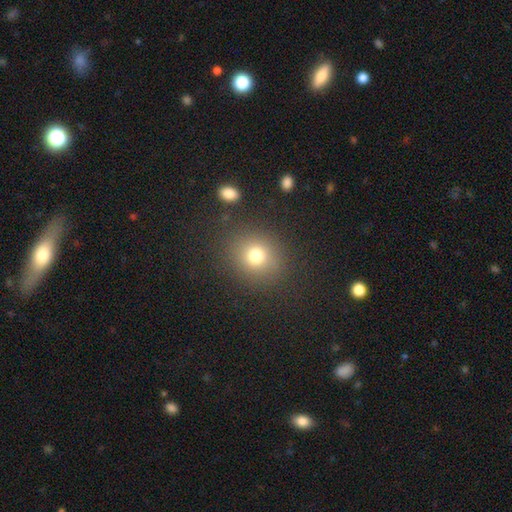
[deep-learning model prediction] Q: Smooth or featured?
A: smooth (76%); runner-up: star or artifact (16%)
Q: How rounded?
A: round (81%); runner-up: in between (18%)
Q: Merging?
A: none (85%); runner-up: minor disturbance (8%)